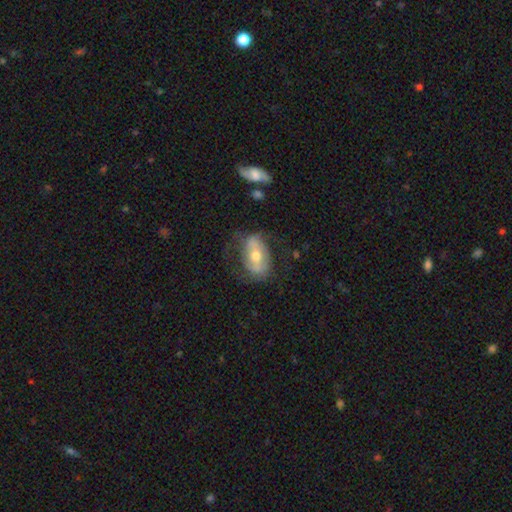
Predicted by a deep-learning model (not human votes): Smooth or featured: featured or disk — 58% (smooth — 35%)
Edge-on disk: no — 91% (yes — 9%)
Bar: strong — 35% (weak — 33%)
Spiral arms: yes — 58% (no — 42%)
Bulge size: moderate — 68% (small — 25%)
Merging: none — 59% (minor disturbance — 23%)